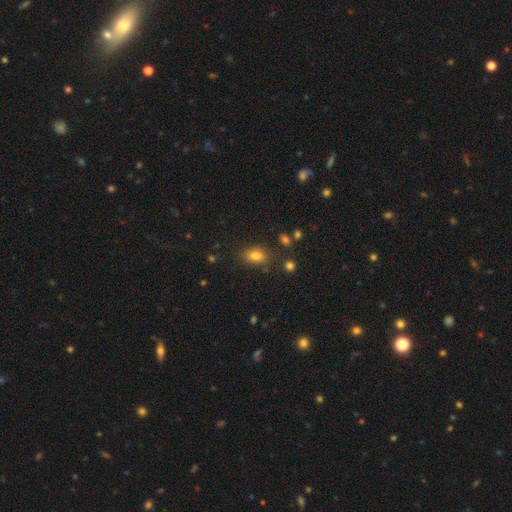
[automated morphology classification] smooth-or-featured: smooth: 80% | star or artifact: 12% | featured or disk: 8%
  how-rounded: in between: 77% | round: 21% | cigar-shaped: 2%
  merging: none: 79% | minor disturbance: 14% | major disturbance: 4% | merger: 4%